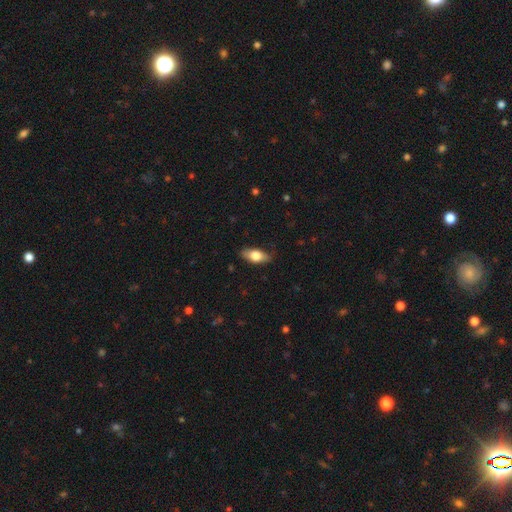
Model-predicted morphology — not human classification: smooth_or_featured: smooth (p=0.72) [alt: featured or disk p=0.21]
how_rounded: in between (p=0.85) [alt: cigar-shaped p=0.11]
merging: none (p=0.82) [alt: minor disturbance p=0.14]